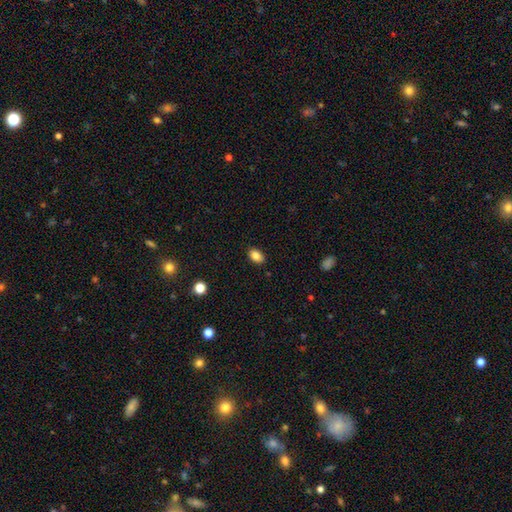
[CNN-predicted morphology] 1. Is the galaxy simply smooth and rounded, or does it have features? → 86% smooth, 9% star or artifact, 5% featured or disk.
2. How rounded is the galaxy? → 86% in between, 13% round, 1% cigar-shaped.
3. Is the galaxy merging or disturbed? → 87% none, 10% minor disturbance, 2% major disturbance, 1% merger.